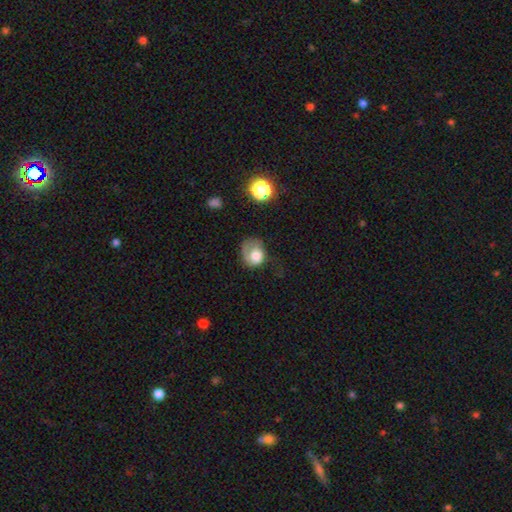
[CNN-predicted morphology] A smooth galaxy with no disk features (62%) that is round (54%). Merging: major disturbance (37%).